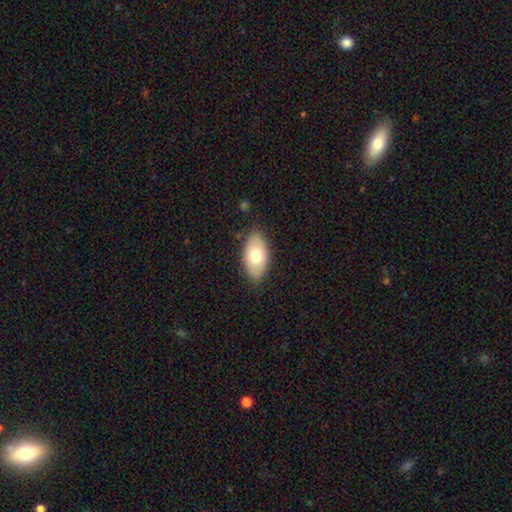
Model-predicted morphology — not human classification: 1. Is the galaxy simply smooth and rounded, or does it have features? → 72% smooth, 21% featured or disk, 6% star or artifact.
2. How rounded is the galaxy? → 94% in between, 4% round, 3% cigar-shaped.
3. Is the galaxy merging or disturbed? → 83% none, 13% minor disturbance, 3% major disturbance, 1% merger.